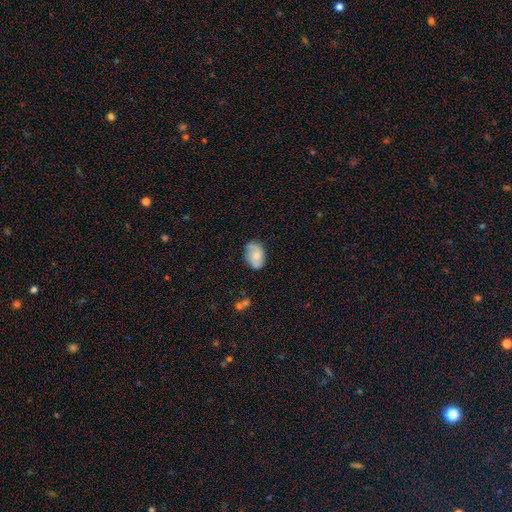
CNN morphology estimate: A smooth galaxy with no disk features (59%) that is in between round and cigar-shaped (87%). Merging: none (72%).